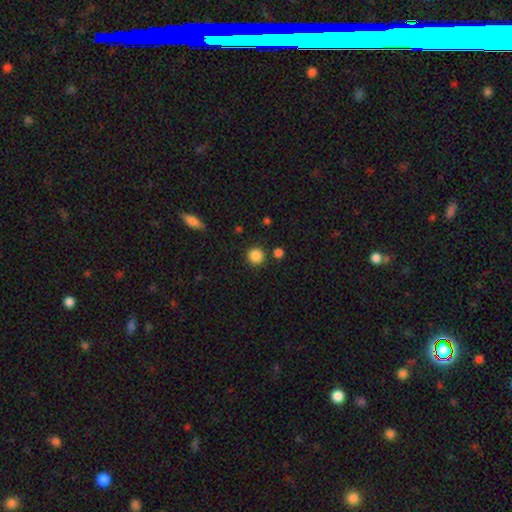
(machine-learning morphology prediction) smooth_or_featured: smooth (p=0.87) [alt: star or artifact p=0.10]
how_rounded: round (p=0.94) [alt: in between p=0.05]
merging: none (p=0.87) [alt: minor disturbance p=0.06]